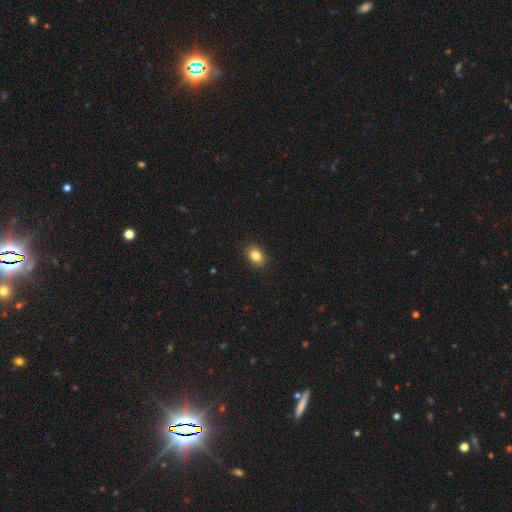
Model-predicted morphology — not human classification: Smooth or featured? Predicted: smooth (p=0.85). How rounded? Predicted: in between (p=0.76). Merging? Predicted: none (p=0.90).